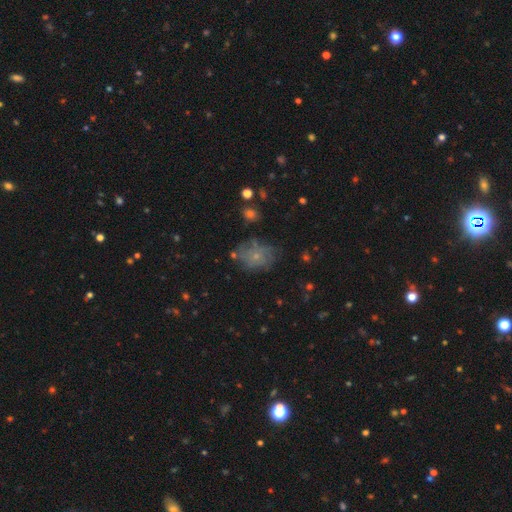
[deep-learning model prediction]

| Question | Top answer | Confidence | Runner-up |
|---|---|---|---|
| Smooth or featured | smooth | 48% | featured or disk (36%) |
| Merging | none | 61% | minor disturbance (23%) |